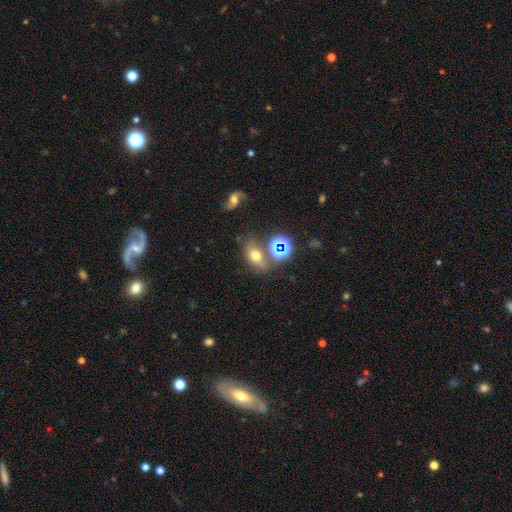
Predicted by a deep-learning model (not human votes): Smooth or featured? Predicted: smooth (p=0.62). How rounded? Predicted: in between (p=0.71). Merging? Predicted: none (p=0.62).